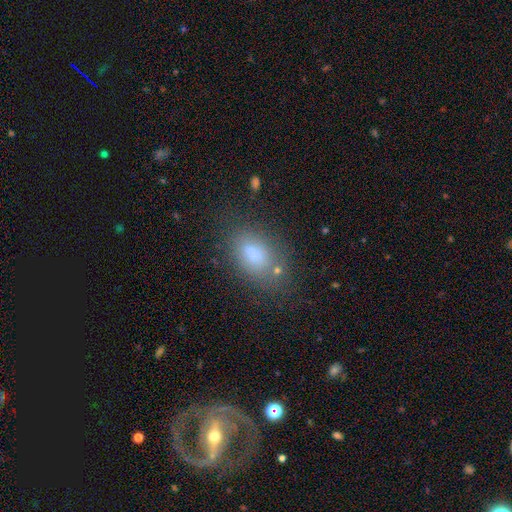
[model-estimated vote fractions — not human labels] smooth 79%, star or artifact 11%, featured or disk 9%. Down the decision tree: how rounded — in between (86%); merging — none (73%).